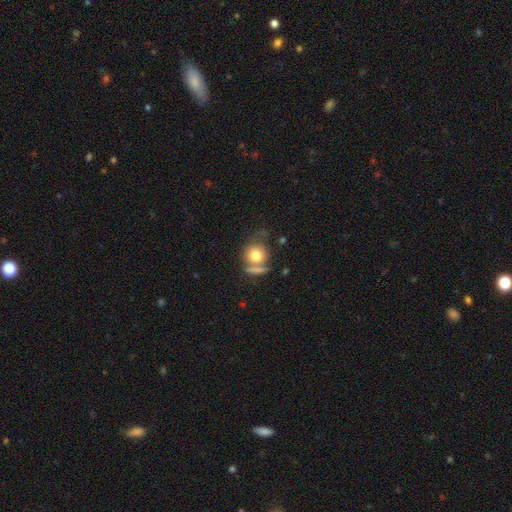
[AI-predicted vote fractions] smooth 74%, featured or disk 17%, star or artifact 8%. Down the decision tree: how rounded — round (83%); merging — none (45%).